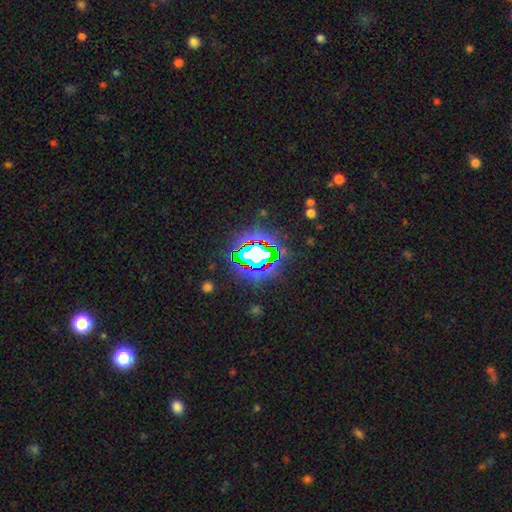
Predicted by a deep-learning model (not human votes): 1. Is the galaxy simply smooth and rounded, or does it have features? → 72% star or artifact, 16% smooth, 12% featured or disk.